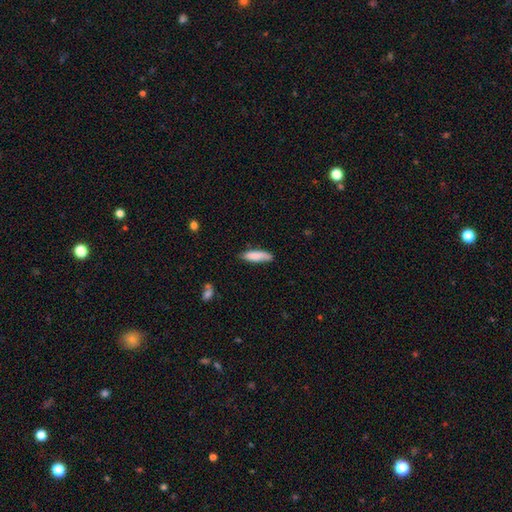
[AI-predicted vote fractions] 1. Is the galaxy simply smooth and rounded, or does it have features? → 83% smooth, 11% featured or disk, 6% star or artifact.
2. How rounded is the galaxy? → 58% cigar-shaped, 40% in between, 2% round.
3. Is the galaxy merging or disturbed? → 66% none, 27% minor disturbance, 5% major disturbance, 3% merger.